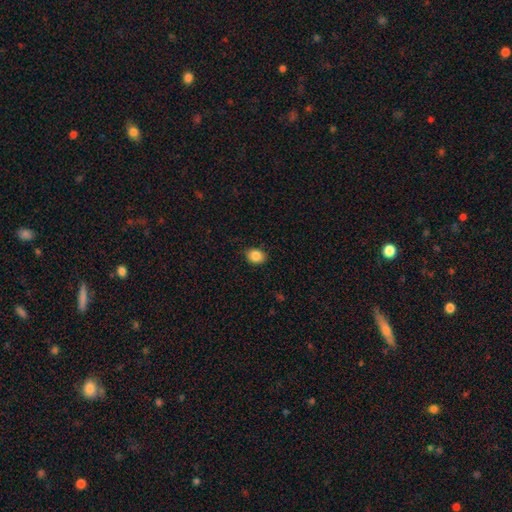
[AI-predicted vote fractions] A smooth galaxy with no disk features (86%) that is in between round and cigar-shaped (57%). Merging: none (86%).